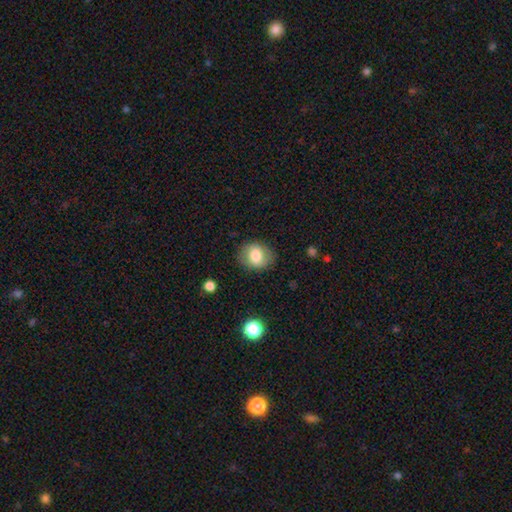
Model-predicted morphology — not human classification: smooth-or-featured: smooth: 76% | featured or disk: 16% | star or artifact: 8%
  how-rounded: round: 53% | in between: 46% | cigar-shaped: 1%
  merging: none: 82% | minor disturbance: 12% | major disturbance: 4% | merger: 1%